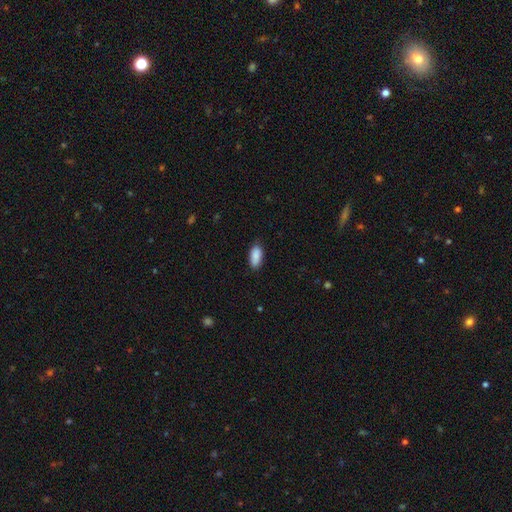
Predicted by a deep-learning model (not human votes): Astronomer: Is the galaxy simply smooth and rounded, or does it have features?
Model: smooth — 90%.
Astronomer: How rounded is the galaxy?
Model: in between — 89%.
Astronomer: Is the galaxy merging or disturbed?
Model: none — 83%.